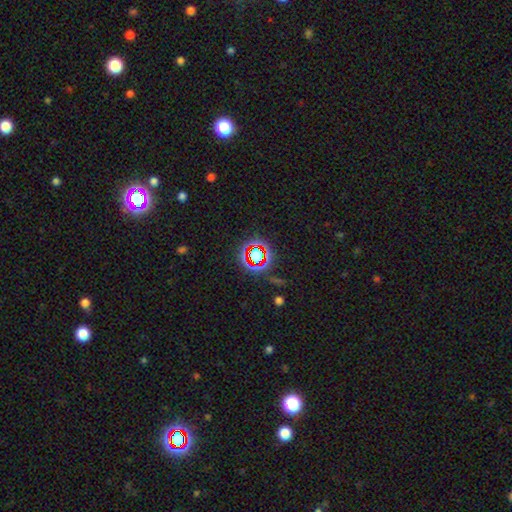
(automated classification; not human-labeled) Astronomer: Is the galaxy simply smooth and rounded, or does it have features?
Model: star or artifact — 72%.